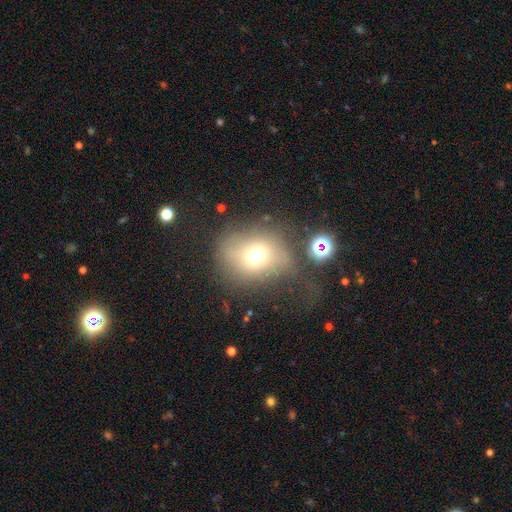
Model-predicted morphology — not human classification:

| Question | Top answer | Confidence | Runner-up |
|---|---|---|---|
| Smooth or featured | smooth | 63% | featured or disk (20%) |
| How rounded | round | 61% | in between (37%) |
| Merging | none | 47% | major disturbance (24%) |